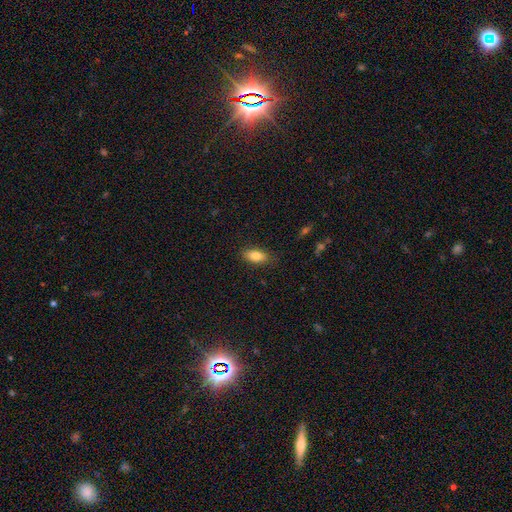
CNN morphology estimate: This is clearly a smooth galaxy (83%). How rounded: clearly in between (88%). Merging: clearly none (84%).